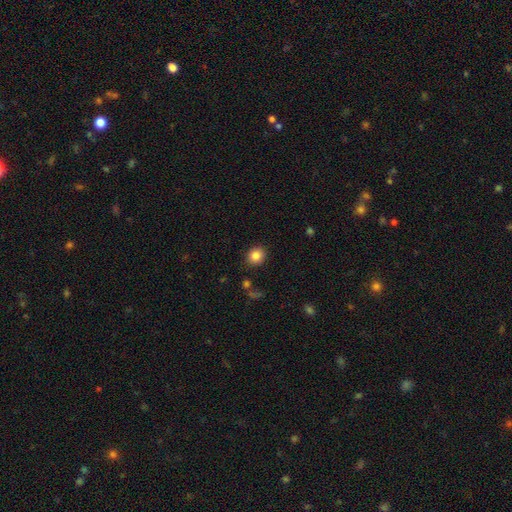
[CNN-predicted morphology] smooth_or_featured: smooth (p=0.84) [alt: star or artifact p=0.10]
how_rounded: round (p=0.74) [alt: in between p=0.25]
merging: none (p=0.88) [alt: minor disturbance p=0.08]